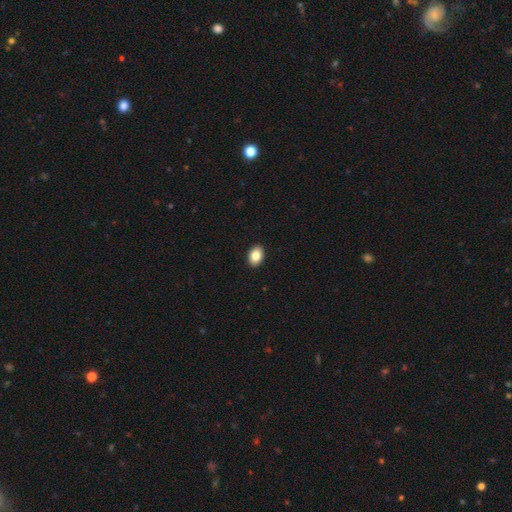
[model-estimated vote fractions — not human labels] A smooth galaxy with no disk features (85%) that is in between round and cigar-shaped (82%). Merging: none (92%).